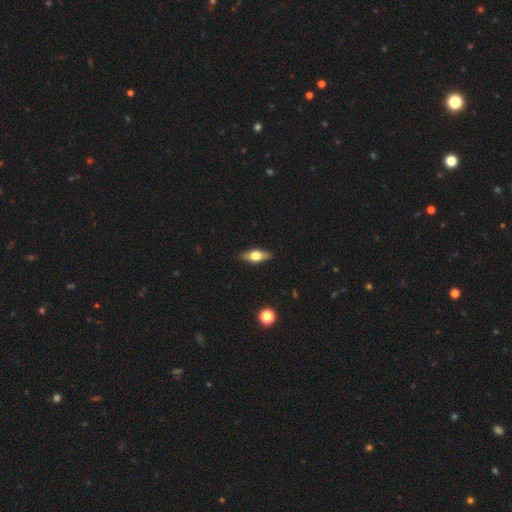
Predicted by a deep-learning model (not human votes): smooth_or_featured: smooth (p=0.49) [alt: featured or disk p=0.44]
merging: none (p=0.88) [alt: minor disturbance p=0.09]